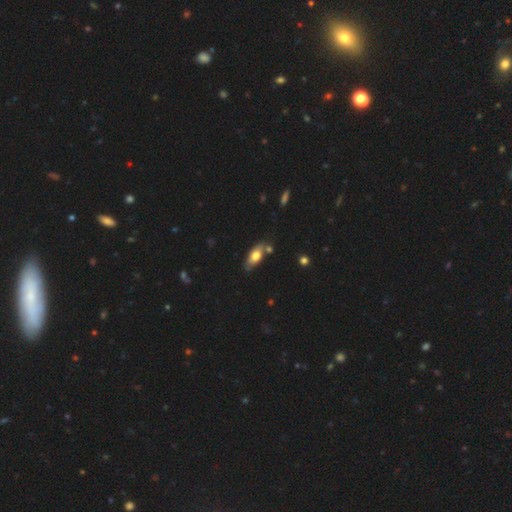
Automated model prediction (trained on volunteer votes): Overall: smooth (67%; featured or disk 27%). How rounded: in between (82%). Merging: none (68%).